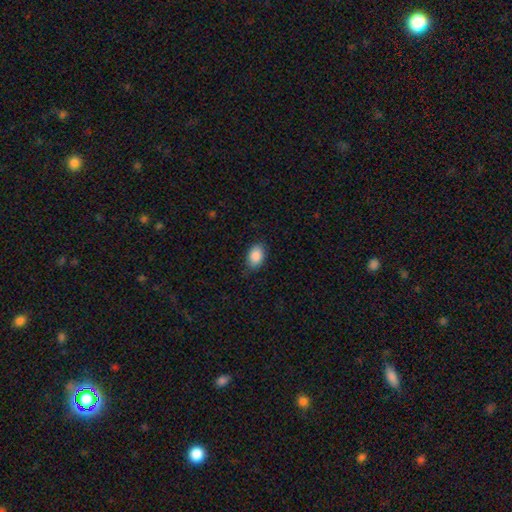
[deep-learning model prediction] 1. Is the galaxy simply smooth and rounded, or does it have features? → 88% smooth, 7% star or artifact, 5% featured or disk.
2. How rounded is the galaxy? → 87% in between, 12% round, 1% cigar-shaped.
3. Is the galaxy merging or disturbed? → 82% none, 14% minor disturbance, 3% major disturbance, 1% merger.